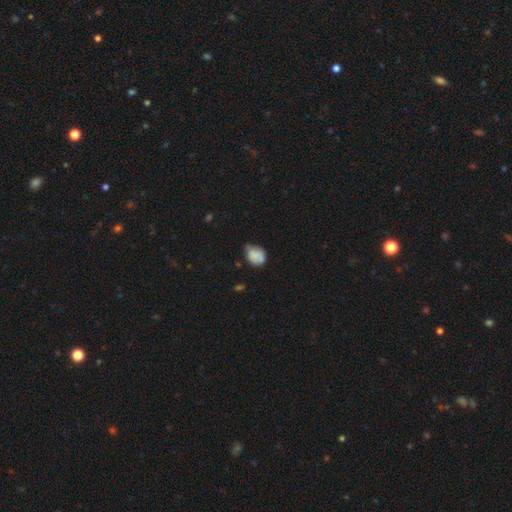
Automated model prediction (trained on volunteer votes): smooth_or_featured: smooth (p=0.75) [alt: featured or disk p=0.15]
how_rounded: in between (p=0.51) [alt: round p=0.48]
merging: minor disturbance (p=0.46) [alt: none p=0.35]